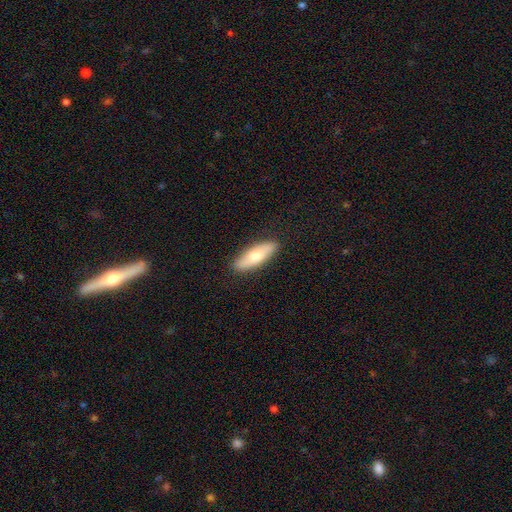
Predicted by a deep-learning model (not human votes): Morphology: type=smooth (64%); roundness=in between (62%); merging=none (88%).